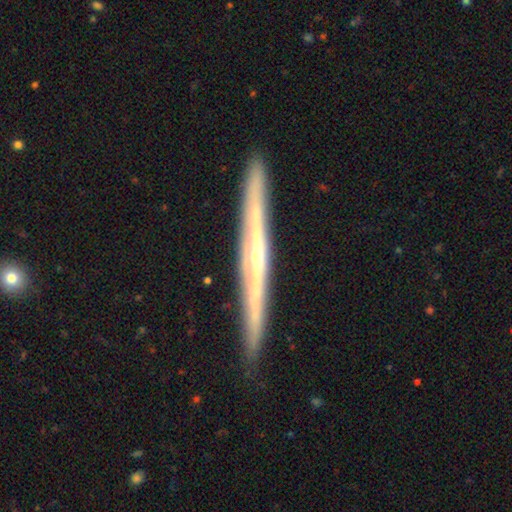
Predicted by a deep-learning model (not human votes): Q: Smooth or featured?
A: featured or disk (78%); runner-up: smooth (16%)
Q: Edge-on disk?
A: yes (97%); runner-up: no (3%)
Q: Edge-on bulge?
A: rounded (53%); runner-up: none (41%)
Q: Merging?
A: none (91%); runner-up: minor disturbance (7%)